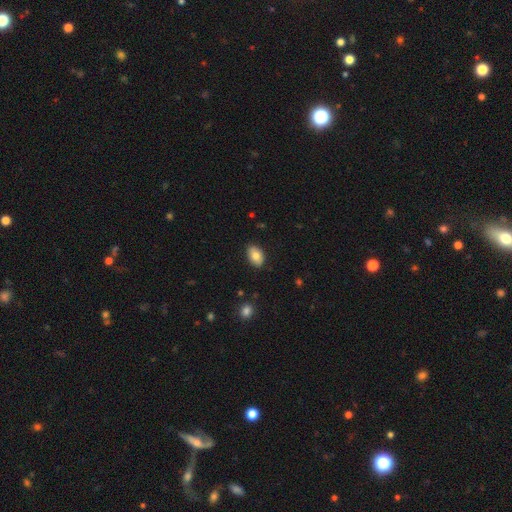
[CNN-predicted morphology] type=smooth (80%); roundness=in between (89%); merging=none (87%).